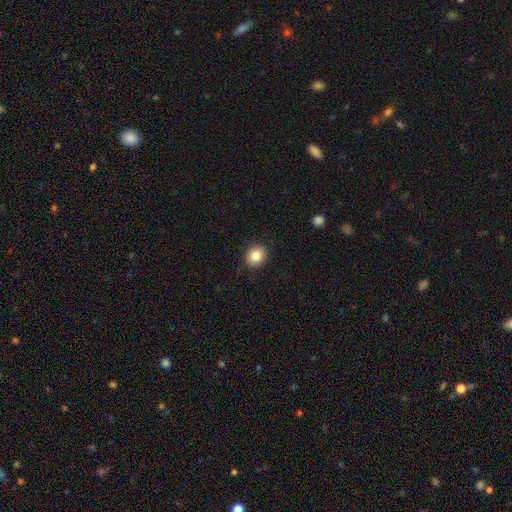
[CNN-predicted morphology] A smooth galaxy with no disk features (83%) that is round (78%). Merging: none (90%).